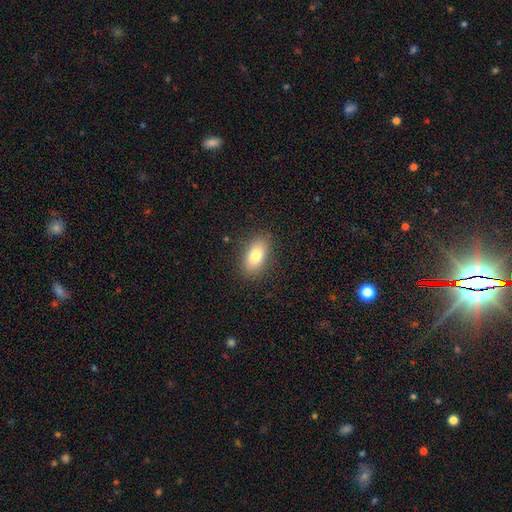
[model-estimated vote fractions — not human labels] This appears to be a smooth galaxy with no disk features (80%) that is in between round and cigar-shaped (89%). Merging: none (87%).